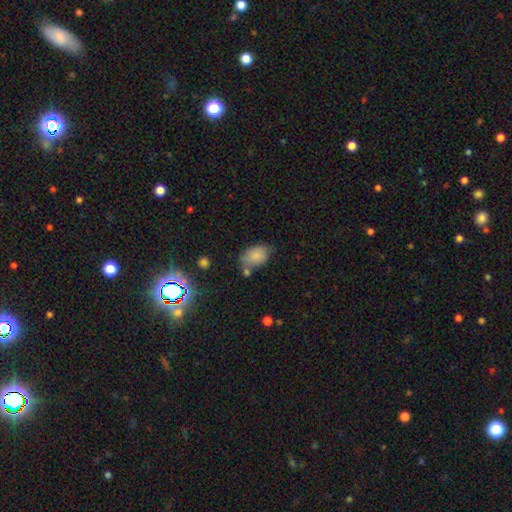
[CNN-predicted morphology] smooth_or_featured: smooth (p=0.81) [alt: featured or disk p=0.10]
how_rounded: in between (p=0.84) [alt: round p=0.15]
merging: none (p=0.56) [alt: minor disturbance p=0.24]